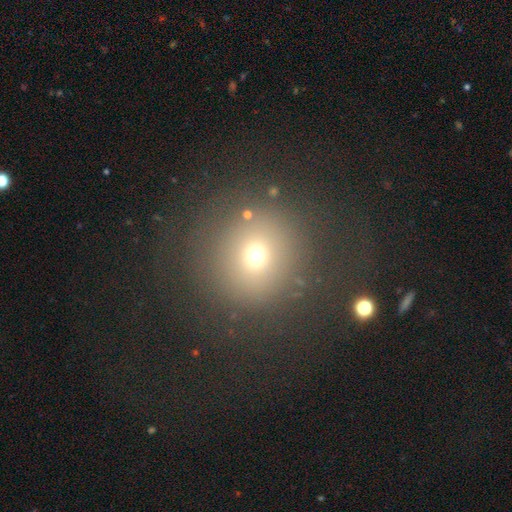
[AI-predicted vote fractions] This appears to be a smooth galaxy with no disk features (66%) that is round (93%). Merging: none (80%).